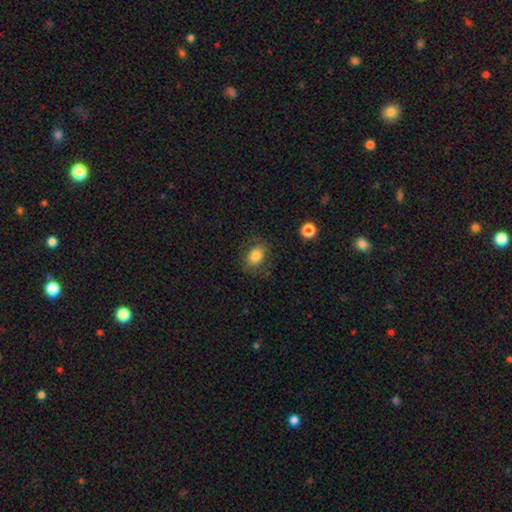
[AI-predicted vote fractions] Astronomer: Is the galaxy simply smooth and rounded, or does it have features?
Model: smooth — 78%.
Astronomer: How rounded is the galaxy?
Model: in between — 68%.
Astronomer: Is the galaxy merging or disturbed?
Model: none — 76%.